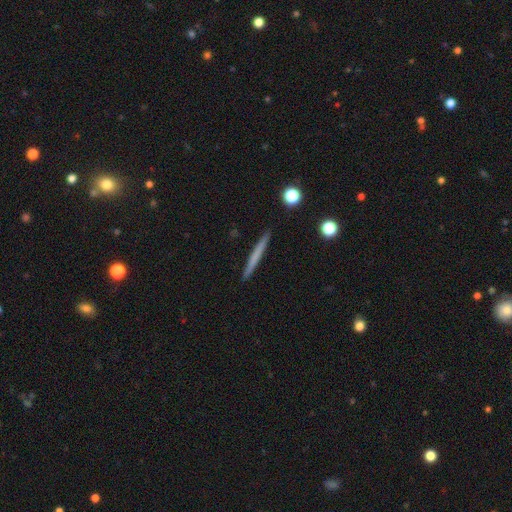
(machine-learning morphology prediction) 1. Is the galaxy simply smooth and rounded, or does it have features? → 57% smooth, 37% featured or disk, 6% star or artifact.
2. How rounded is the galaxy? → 96% cigar-shaped, 2% in between, 2% round.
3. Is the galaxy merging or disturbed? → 92% none, 5% minor disturbance, 1% major disturbance, 1% merger.